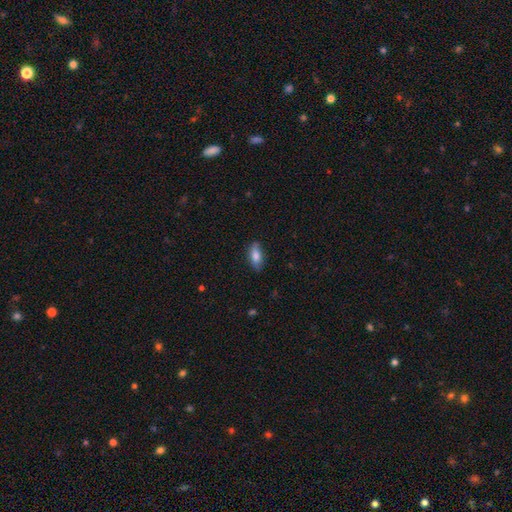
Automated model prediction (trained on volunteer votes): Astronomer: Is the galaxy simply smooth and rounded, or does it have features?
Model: smooth — 80%.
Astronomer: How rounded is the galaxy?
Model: in between — 82%.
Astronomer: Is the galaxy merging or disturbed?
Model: none — 83%.